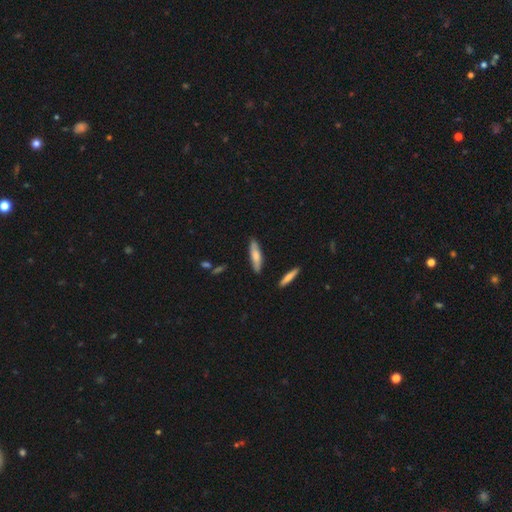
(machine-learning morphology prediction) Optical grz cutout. It shows a smooth galaxy with no disk features (66%) that is cigar-shaped (72%). Merging: none (83%).